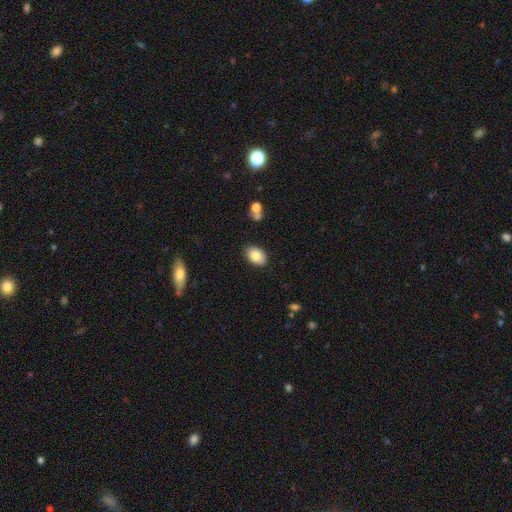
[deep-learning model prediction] Smooth or featured: smooth — 83% (featured or disk — 9%)
How rounded: in between — 86% (round — 13%)
Merging: none — 86% (minor disturbance — 10%)